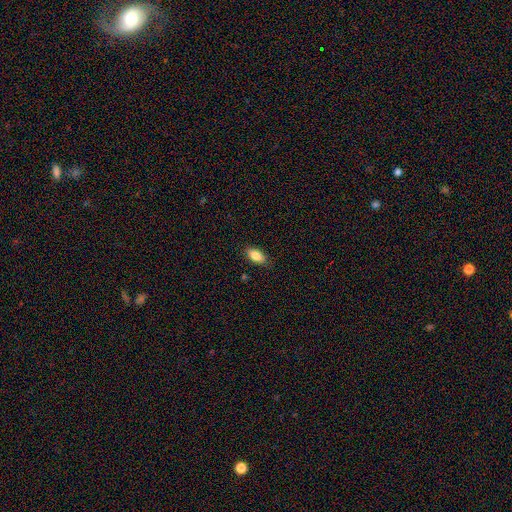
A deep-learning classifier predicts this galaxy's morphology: Q: Smooth or featured?
A: smooth (84%); runner-up: featured or disk (9%)
Q: How rounded?
A: in between (89%); runner-up: cigar-shaped (7%)
Q: Merging?
A: none (86%); runner-up: minor disturbance (11%)